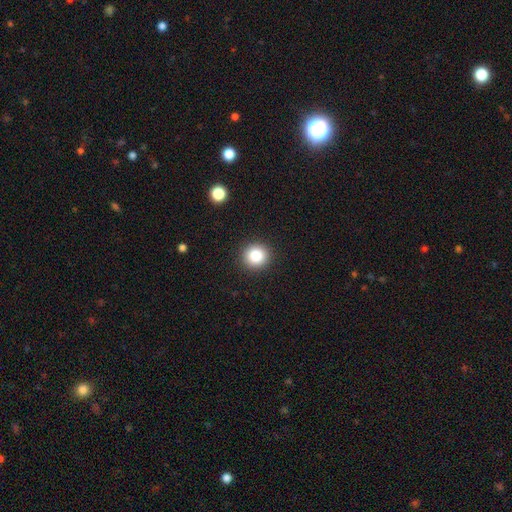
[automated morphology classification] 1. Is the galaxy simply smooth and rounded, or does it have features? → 84% smooth, 11% star or artifact, 6% featured or disk.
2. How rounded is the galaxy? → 93% round, 6% in between, 1% cigar-shaped.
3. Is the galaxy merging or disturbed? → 92% none, 5% minor disturbance, 2% major disturbance, 1% merger.